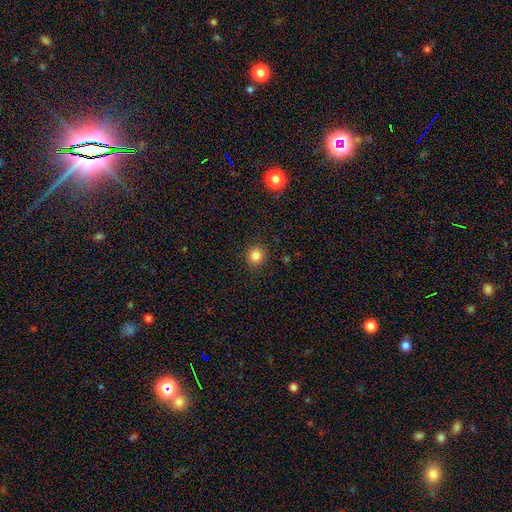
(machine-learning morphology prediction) A smooth galaxy with no disk features (84%) that is round (88%).

Vote fractions:
- Smooth or featured? smooth: 84% / star or artifact: 11% / featured or disk: 5%
- How rounded? round: 88% / in between: 11% / cigar-shaped: 1%
- Merging? none: 90% / minor disturbance: 6% / major disturbance: 2% / merger: 1%